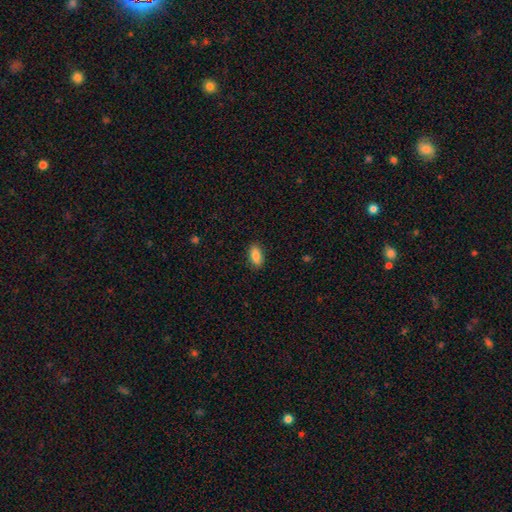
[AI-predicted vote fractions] This appears to be a smooth galaxy with no disk features (85%) that is in between round and cigar-shaped (89%). Merging: none (88%).